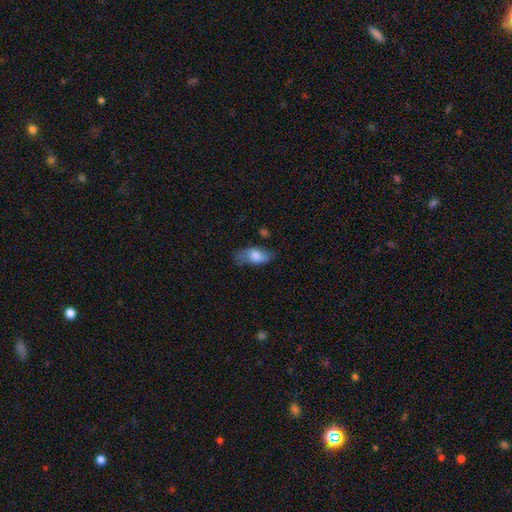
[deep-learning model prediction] Smooth or featured: smooth — 73% (featured or disk — 19%)
How rounded: in between — 87% (cigar-shaped — 9%)
Merging: none — 54% (minor disturbance — 30%)